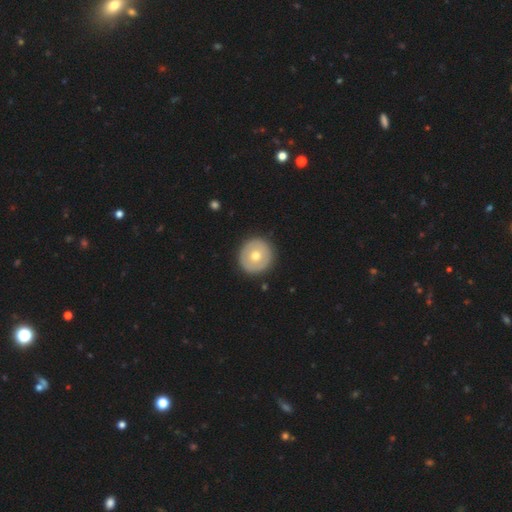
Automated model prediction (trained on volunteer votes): Morphology: type=smooth (61%); roundness=round (93%); merging=none (92%).